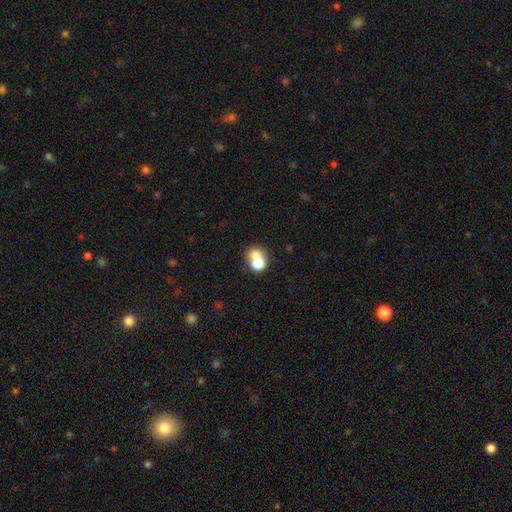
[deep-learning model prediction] Smooth or featured? smooth (69%)
How rounded? round (71%)
Merging? merger (57%)